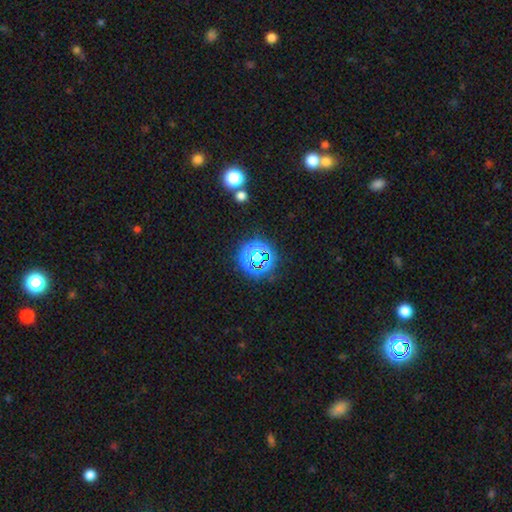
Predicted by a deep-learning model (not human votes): Smooth or featured? Predicted: star or artifact (p=0.65).